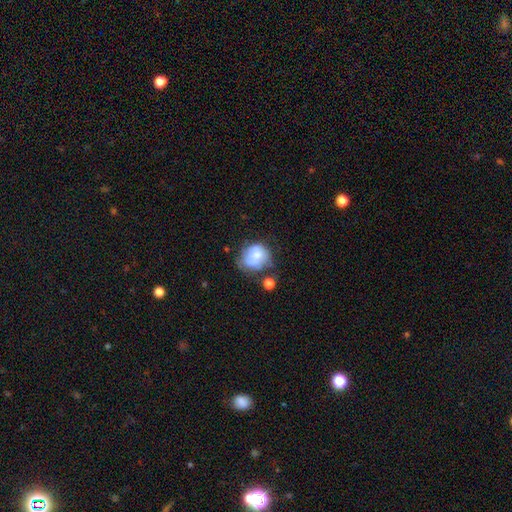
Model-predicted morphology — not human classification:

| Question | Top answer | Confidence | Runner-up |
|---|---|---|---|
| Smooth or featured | smooth | 58% | featured or disk (33%) |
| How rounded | round | 65% | in between (34%) |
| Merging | none | 40% | minor disturbance (30%) |